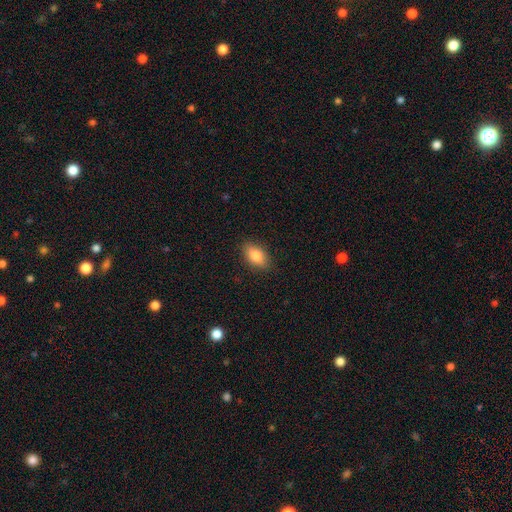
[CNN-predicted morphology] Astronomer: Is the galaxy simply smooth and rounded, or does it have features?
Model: smooth — 82%.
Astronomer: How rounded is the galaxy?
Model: in between — 88%.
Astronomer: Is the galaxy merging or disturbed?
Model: none — 87%.